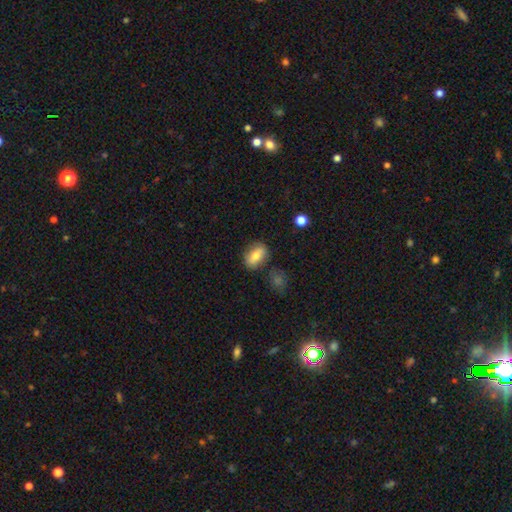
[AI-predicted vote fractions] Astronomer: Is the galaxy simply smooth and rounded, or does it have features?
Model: smooth — 76%.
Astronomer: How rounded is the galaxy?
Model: in between — 82%.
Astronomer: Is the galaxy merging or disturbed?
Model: none — 79%.